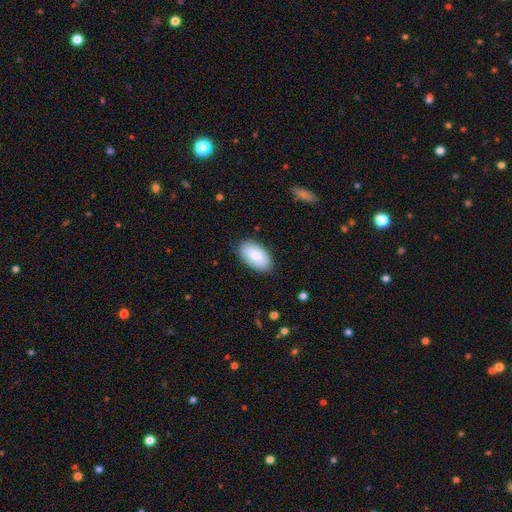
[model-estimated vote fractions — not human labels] Morphology: type=smooth (84%); roundness=in between (95%); merging=none (86%).